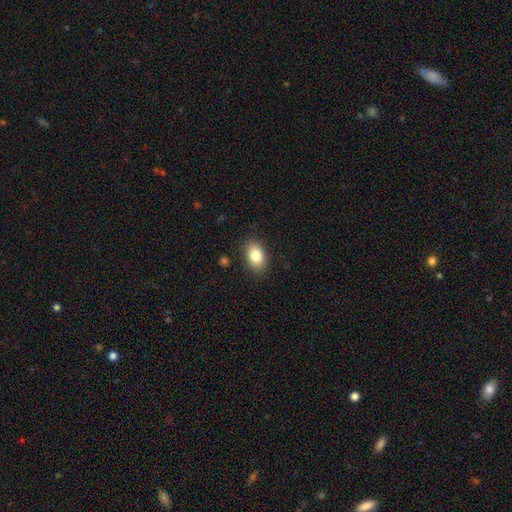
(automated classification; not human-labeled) Smooth or featured?
  - smooth: 84% *
  - featured or disk: 8%
  - star or artifact: 8%
How rounded?
  - in between: 87% *
  - round: 11%
  - cigar-shaped: 1%
Merging?
  - none: 86% *
  - minor disturbance: 10%
  - major disturbance: 3%
  - merger: 1%